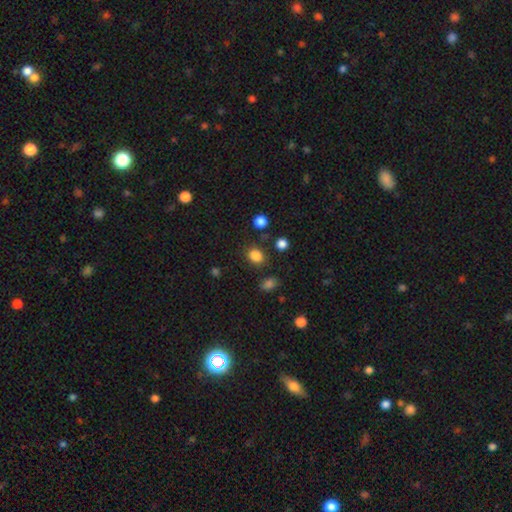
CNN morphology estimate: smooth 83%, star or artifact 13%, featured or disk 4%. Down the decision tree: how rounded — round (53%); merging — none (80%).